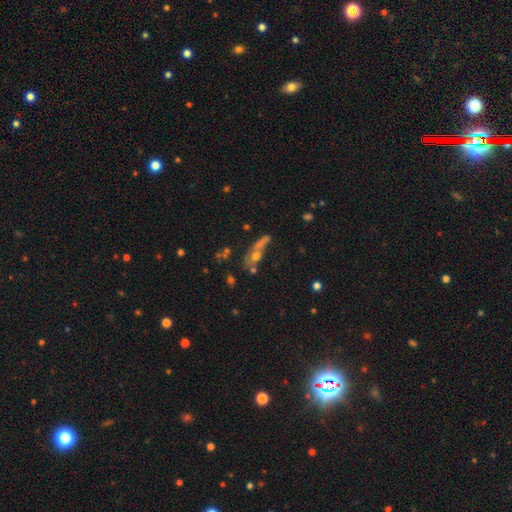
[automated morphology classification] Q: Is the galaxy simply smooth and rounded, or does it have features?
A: smooth — 49%.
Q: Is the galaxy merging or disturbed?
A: none — 31%.